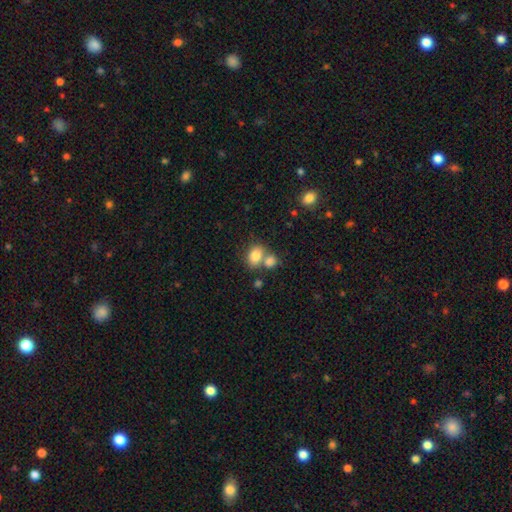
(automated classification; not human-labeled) Q: Smooth or featured?
A: smooth (81%); runner-up: featured or disk (10%)
Q: How rounded?
A: in between (67%); runner-up: round (32%)
Q: Merging?
A: merger (43%); tied with: none (43%)